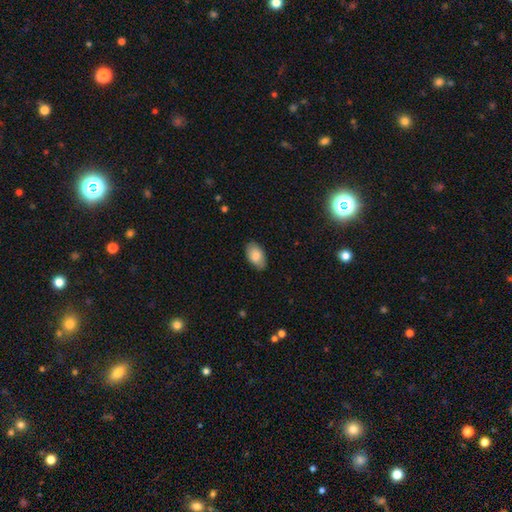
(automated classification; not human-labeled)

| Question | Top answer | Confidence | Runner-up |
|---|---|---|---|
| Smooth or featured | smooth | 84% | featured or disk (10%) |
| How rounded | in between | 94% | round (4%) |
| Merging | none | 86% | minor disturbance (11%) |